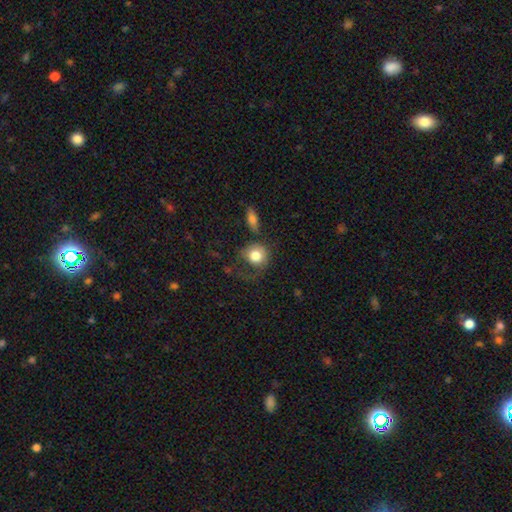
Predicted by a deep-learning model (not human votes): Smooth or featured: smooth — 79% (featured or disk — 13%)
How rounded: round — 78% (in between — 20%)
Merging: none — 41% (major disturbance — 28%)